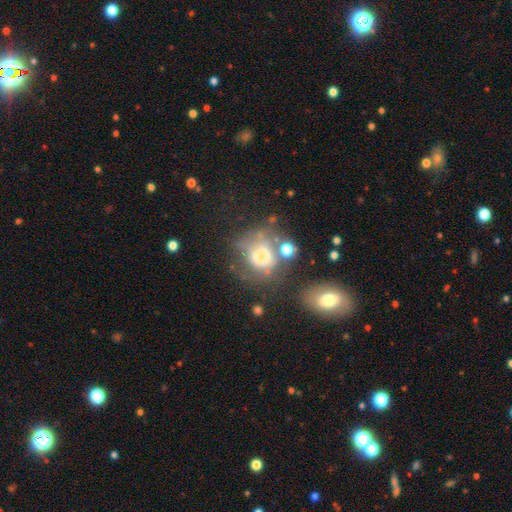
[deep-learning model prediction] Smooth or featured: smooth — 50% (featured or disk — 32%)
Merging: none — 34% (major disturbance — 25%)